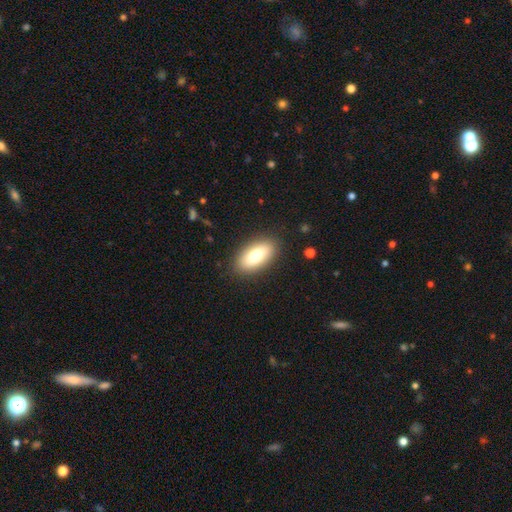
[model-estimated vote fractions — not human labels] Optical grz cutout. It shows a smooth galaxy with no disk features (80%) that is in between round and cigar-shaped (89%). Merging: none (87%).